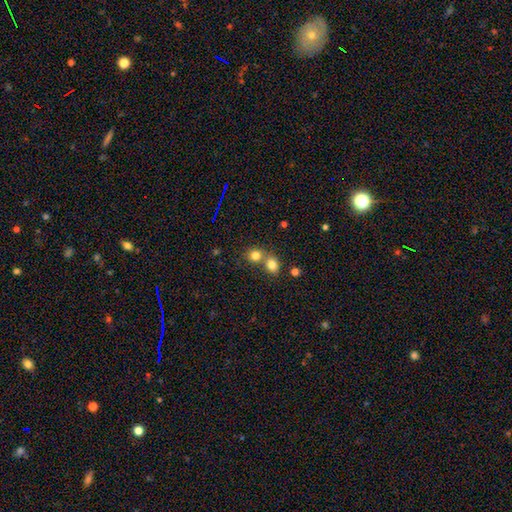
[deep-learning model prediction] smooth_or_featured: smooth (p=0.79) [alt: star or artifact p=0.13]
how_rounded: round (p=0.73) [alt: in between p=0.26]
merging: none (p=0.46) [alt: merger p=0.45]